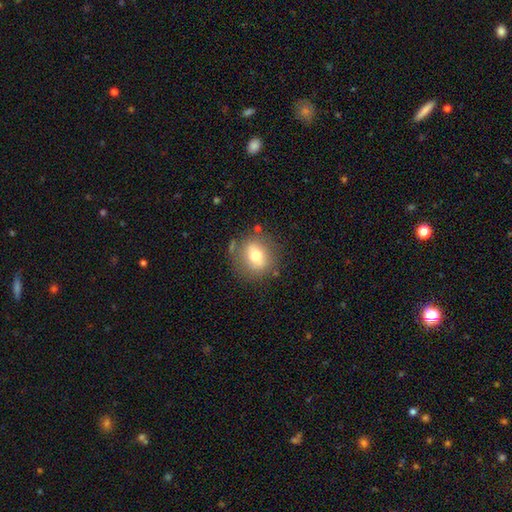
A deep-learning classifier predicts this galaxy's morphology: Q: Smooth or featured?
A: smooth (66%); runner-up: featured or disk (25%)
Q: How rounded?
A: round (67%); runner-up: in between (31%)
Q: Merging?
A: none (78%); runner-up: minor disturbance (13%)